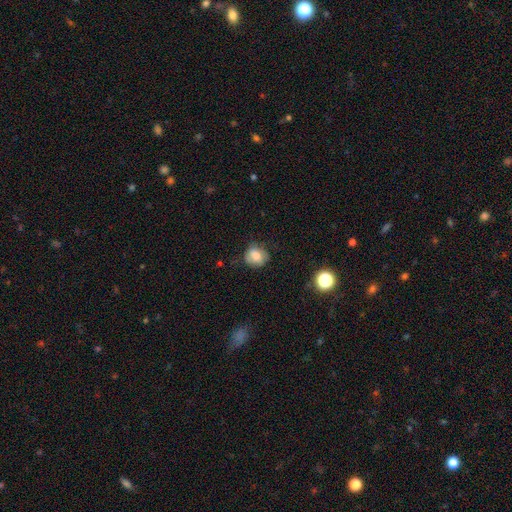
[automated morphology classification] type=smooth (78%); roundness=round (71%); merging=none (68%).